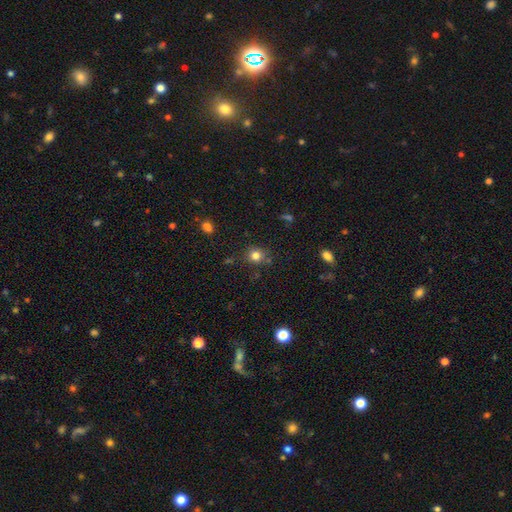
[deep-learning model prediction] smooth-or-featured: smooth: 80% | star or artifact: 14% | featured or disk: 6%
  how-rounded: round: 85% | in between: 14% | cigar-shaped: 1%
  merging: none: 79% | minor disturbance: 12% | merger: 5% | major disturbance: 4%